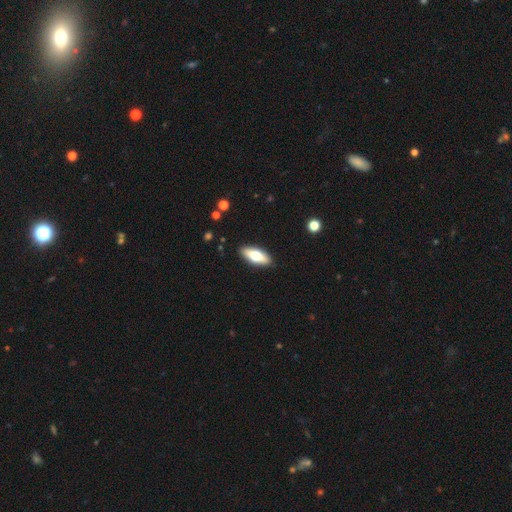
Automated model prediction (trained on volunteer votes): Overall: smooth (65%; featured or disk 29%). How rounded: in between (74%). Merging: none (89%).